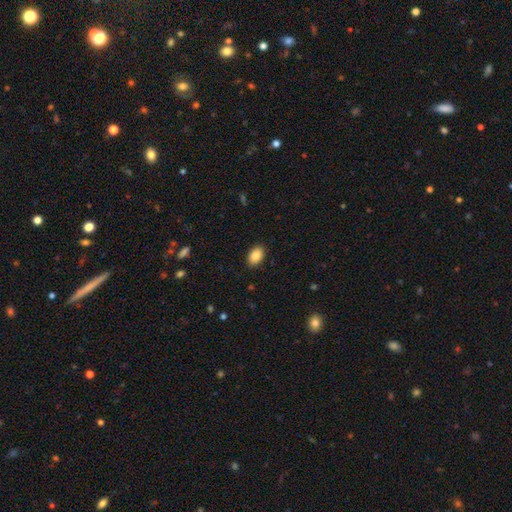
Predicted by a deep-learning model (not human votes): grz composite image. It shows a smooth galaxy with no disk features (87%) that is in between round and cigar-shaped (90%). Merging: none (89%).